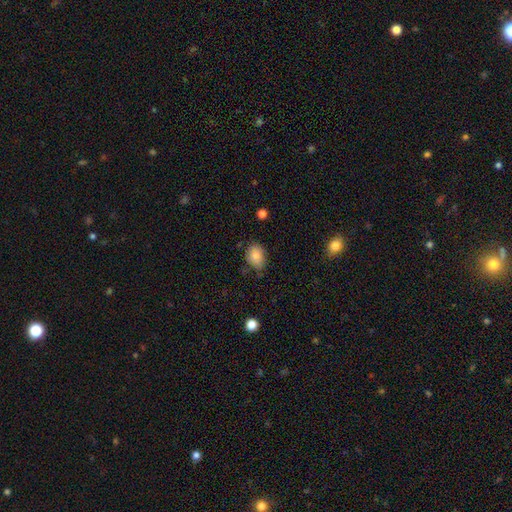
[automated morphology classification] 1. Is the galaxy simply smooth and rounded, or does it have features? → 85% smooth, 9% star or artifact, 7% featured or disk.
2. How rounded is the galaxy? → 71% in between, 28% round, 1% cigar-shaped.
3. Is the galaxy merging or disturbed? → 70% none, 23% minor disturbance, 4% major disturbance, 2% merger.